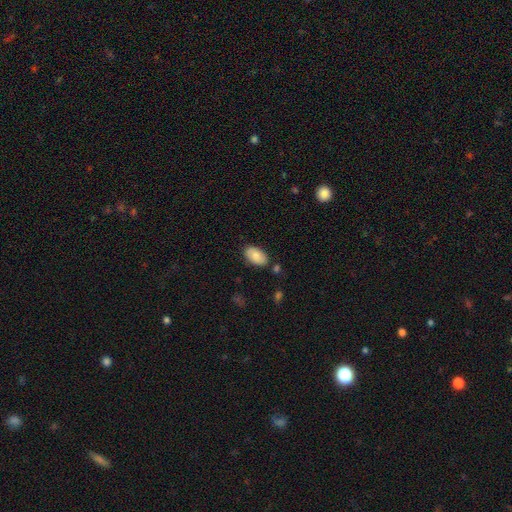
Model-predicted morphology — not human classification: Smooth or featured: smooth — 81% (featured or disk — 12%)
How rounded: in between — 95% (round — 4%)
Merging: none — 82% (minor disturbance — 12%)